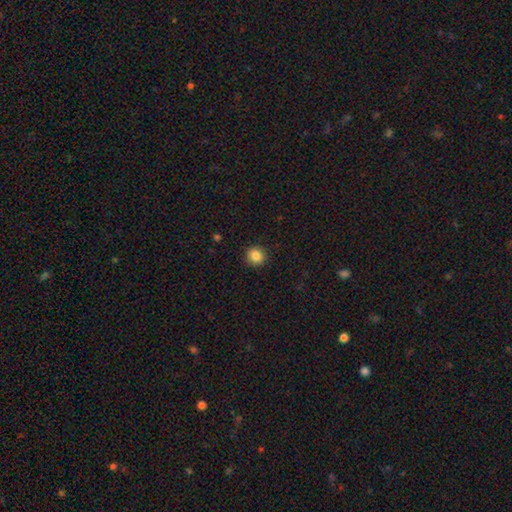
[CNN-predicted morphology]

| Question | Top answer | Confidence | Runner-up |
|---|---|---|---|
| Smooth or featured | smooth | 85% | star or artifact (10%) |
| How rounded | round | 91% | in between (8%) |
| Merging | none | 91% | minor disturbance (6%) |